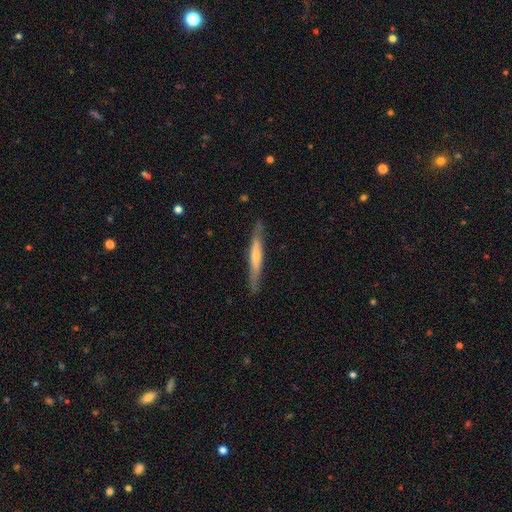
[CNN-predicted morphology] Smooth or featured? featured or disk (57%)
Edge-on disk? yes (90%)
Edge-on bulge? rounded (58%)
Merging? none (86%)